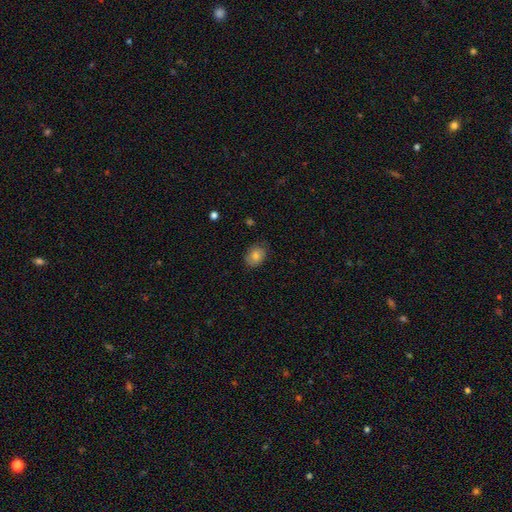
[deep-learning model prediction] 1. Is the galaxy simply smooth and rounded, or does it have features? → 80% smooth, 11% featured or disk, 9% star or artifact.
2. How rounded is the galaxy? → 63% in between, 36% round, 1% cigar-shaped.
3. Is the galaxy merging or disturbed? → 80% none, 16% minor disturbance, 3% major disturbance, 1% merger.